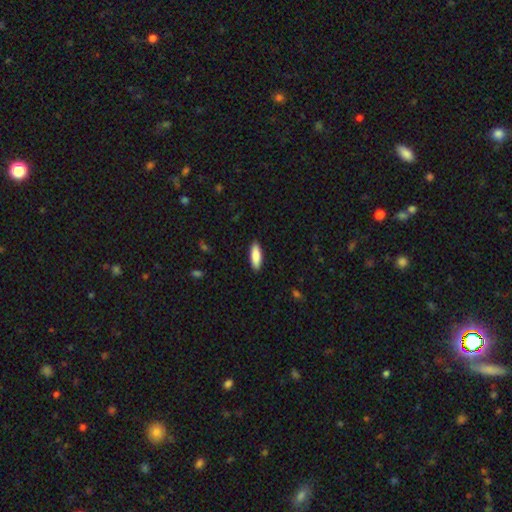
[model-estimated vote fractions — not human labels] This is clearly a smooth galaxy (87%). How rounded: possibly in between (56%). Merging: clearly none (90%).